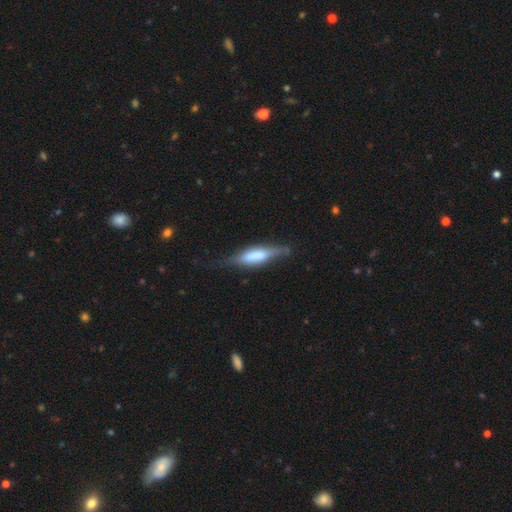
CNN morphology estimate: A smooth galaxy with no disk features (47%).

Vote fractions:
- Smooth or featured? smooth: 47% / featured or disk: 46% / star or artifact: 6%
- Merging? none: 59% / minor disturbance: 27% / major disturbance: 11% / merger: 3%